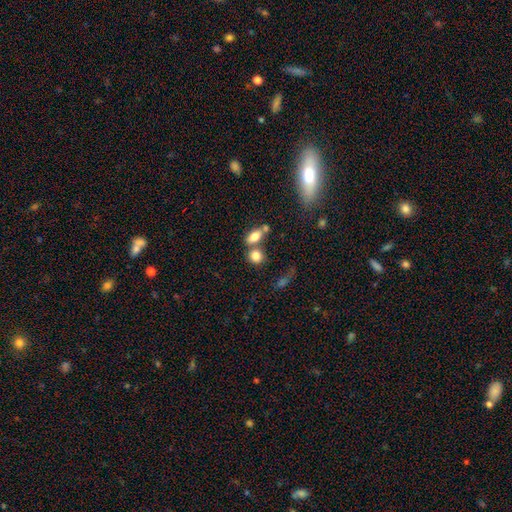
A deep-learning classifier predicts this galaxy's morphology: Overall: smooth (80%). How rounded: round (49%; in between 48%). Merging: none (44%; merger 40%).